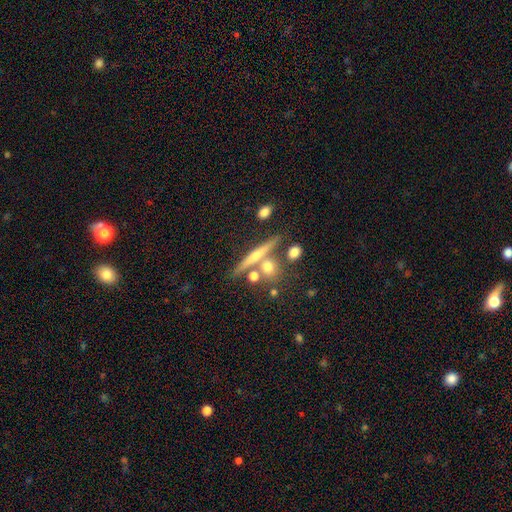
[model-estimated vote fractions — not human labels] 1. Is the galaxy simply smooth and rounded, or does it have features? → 52% featured or disk, 38% smooth, 10% star or artifact.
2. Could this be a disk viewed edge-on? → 89% yes, 11% no.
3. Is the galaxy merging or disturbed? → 64% none, 20% merger, 11% minor disturbance, 4% major disturbance.